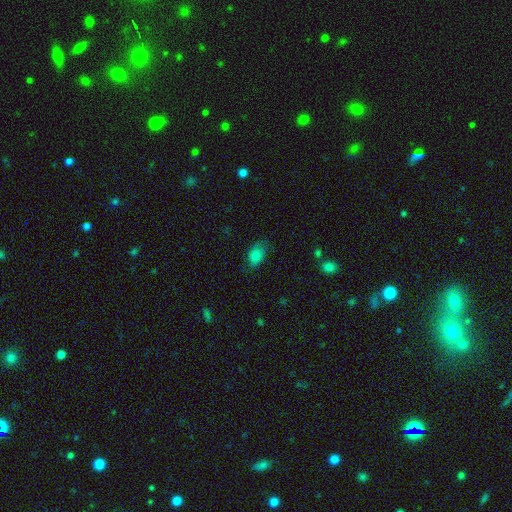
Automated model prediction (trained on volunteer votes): This is likely a smooth galaxy (74%). How rounded: clearly in between (86%). Merging: likely none (61%).